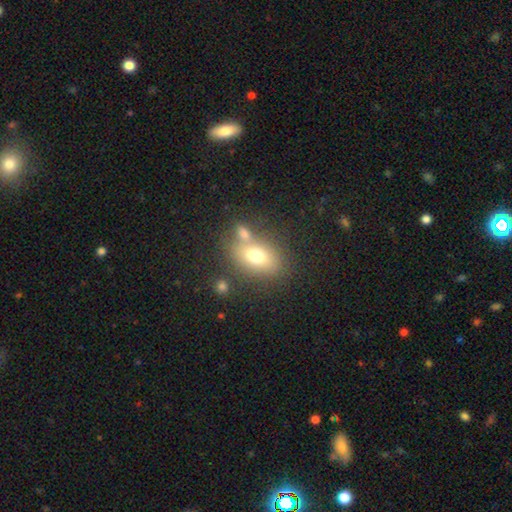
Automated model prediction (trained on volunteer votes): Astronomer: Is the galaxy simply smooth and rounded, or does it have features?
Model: smooth — 73%.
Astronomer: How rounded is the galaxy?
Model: in between — 80%.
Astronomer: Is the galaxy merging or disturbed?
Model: none — 58%.